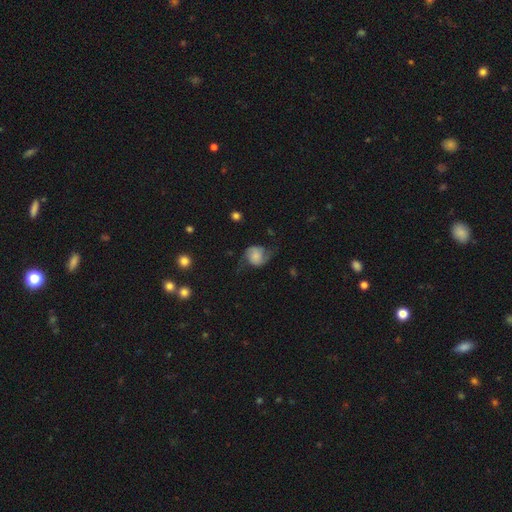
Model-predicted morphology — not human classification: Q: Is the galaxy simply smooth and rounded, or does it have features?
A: featured or disk — 64%.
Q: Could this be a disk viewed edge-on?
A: no — 97%.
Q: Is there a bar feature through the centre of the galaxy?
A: no — 67%.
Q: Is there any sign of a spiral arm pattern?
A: yes — 93%.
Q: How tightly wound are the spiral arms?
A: loose — 47%.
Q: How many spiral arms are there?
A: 2 — 89%.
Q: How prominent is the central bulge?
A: small — 32%.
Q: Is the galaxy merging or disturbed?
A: none — 60%.